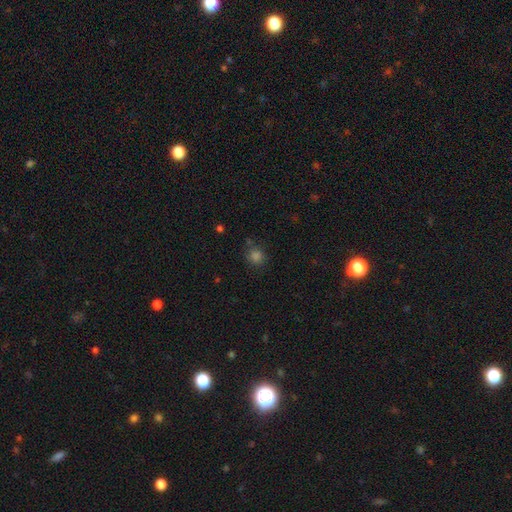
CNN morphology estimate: The model was most divided on "smooth or featured": smooth: 73%, star or artifact: 22%, featured or disk: 5%. More confident: how rounded — round (86%); merging — none (76%).